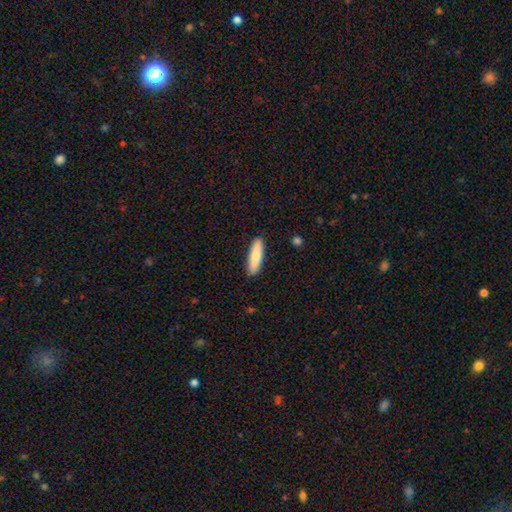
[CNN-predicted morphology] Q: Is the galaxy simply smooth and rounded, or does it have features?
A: smooth — 82%.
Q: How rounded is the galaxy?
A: cigar-shaped — 72%.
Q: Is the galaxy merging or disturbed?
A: none — 90%.